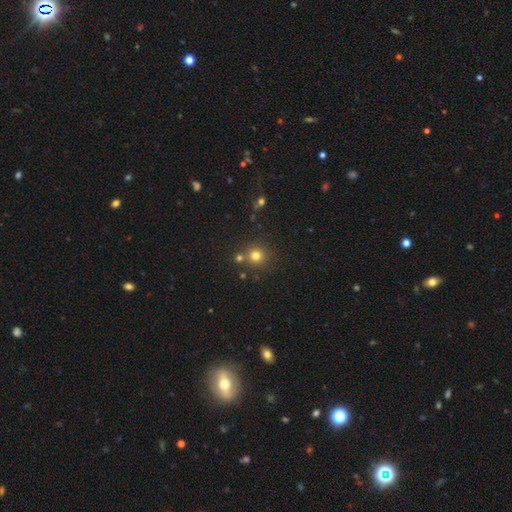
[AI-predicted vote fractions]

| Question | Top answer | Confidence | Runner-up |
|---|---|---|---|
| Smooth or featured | smooth | 75% | star or artifact (18%) |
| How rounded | round | 92% | in between (7%) |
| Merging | none | 75% | merger (14%) |